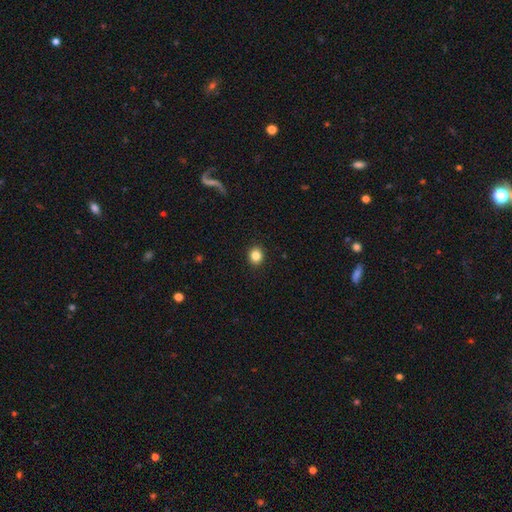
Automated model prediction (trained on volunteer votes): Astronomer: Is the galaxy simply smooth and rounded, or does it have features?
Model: smooth — 85%.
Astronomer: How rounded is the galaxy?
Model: round — 79%.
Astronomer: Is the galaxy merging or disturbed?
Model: none — 92%.